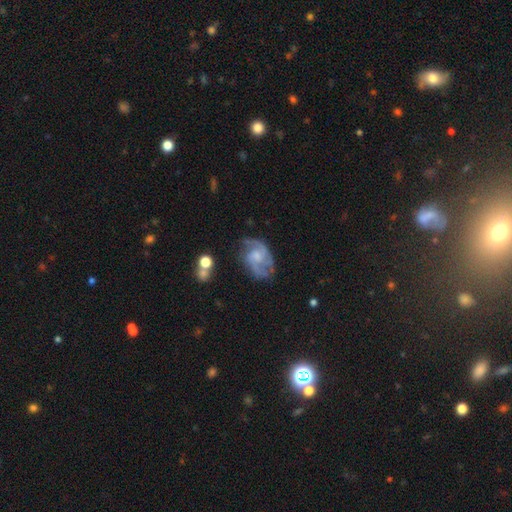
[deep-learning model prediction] This appears to be a featured or disk galaxy (78%) with no bar (61%), 2 (47%) medium (49%) spiral arms (92%) and a moderate central bulge (39%). Merging: none (61%).